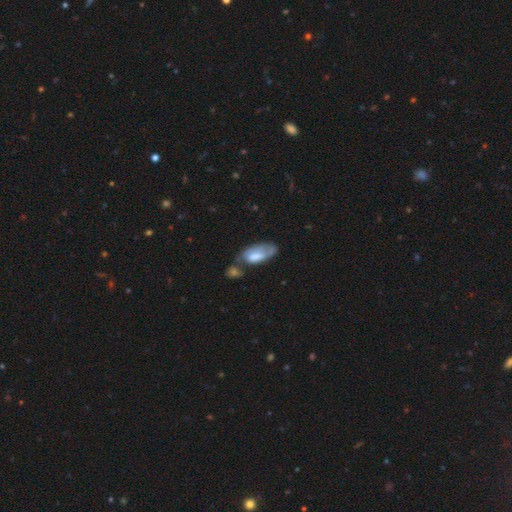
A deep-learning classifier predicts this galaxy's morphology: This is likely a smooth galaxy (61%). How rounded: clearly in between (85%). Merging: marginally none (30%).